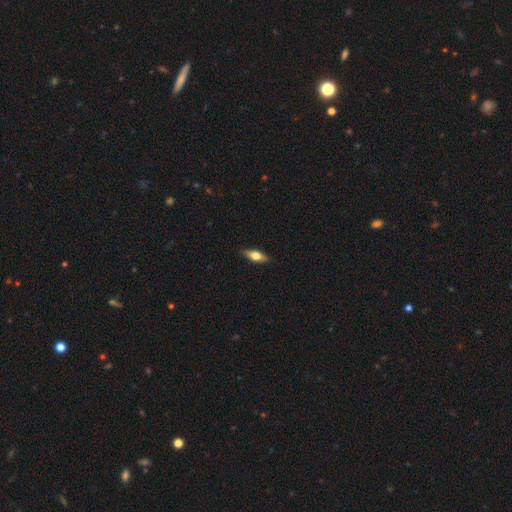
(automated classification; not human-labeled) Smooth or featured? Predicted: smooth (p=0.55). How rounded? Predicted: in between (p=0.61). Merging? Predicted: none (p=0.88).